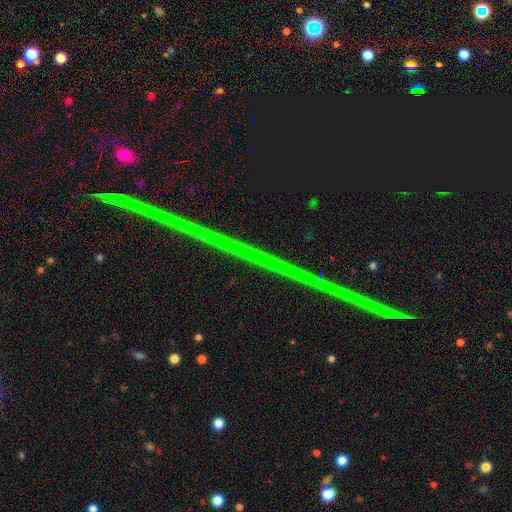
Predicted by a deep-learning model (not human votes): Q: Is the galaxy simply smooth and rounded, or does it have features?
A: star or artifact — 88%.